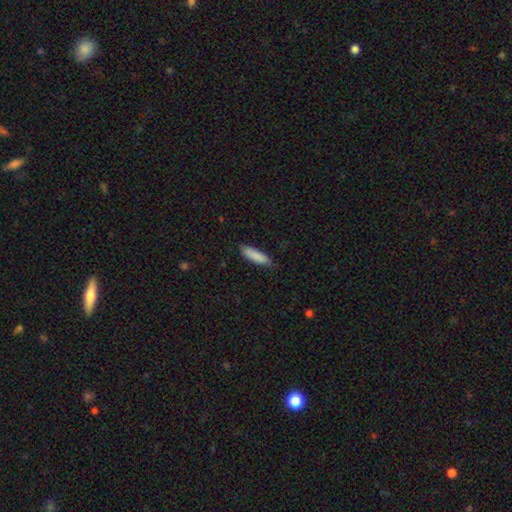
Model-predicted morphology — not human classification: A smooth galaxy with no disk features (87%) that is cigar-shaped (55%). Merging: none (79%).